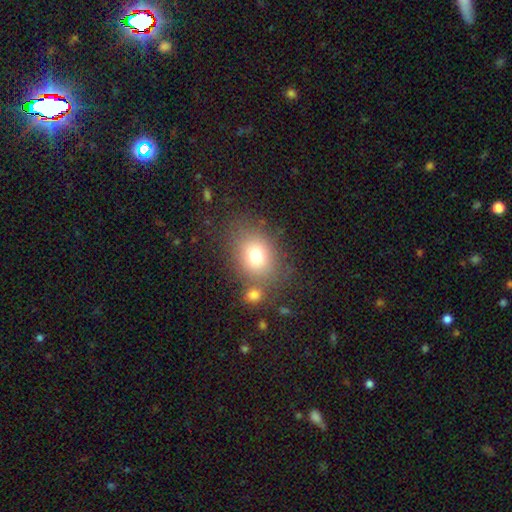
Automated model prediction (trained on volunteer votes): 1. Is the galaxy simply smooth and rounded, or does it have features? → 74% smooth, 13% star or artifact, 13% featured or disk.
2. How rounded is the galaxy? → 51% in between, 48% round, 1% cigar-shaped.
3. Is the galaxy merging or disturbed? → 66% none, 15% merger, 13% minor disturbance, 6% major disturbance.